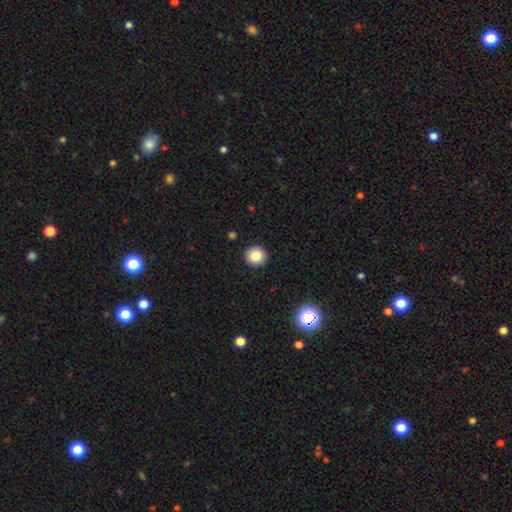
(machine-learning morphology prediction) Smooth or featured? smooth (83%)
How rounded? round (93%)
Merging? none (93%)